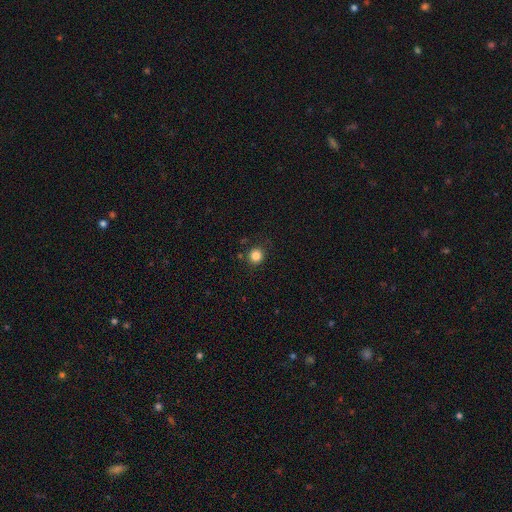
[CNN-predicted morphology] Overall: smooth (83%). How rounded: round (91%). Merging: none (88%).